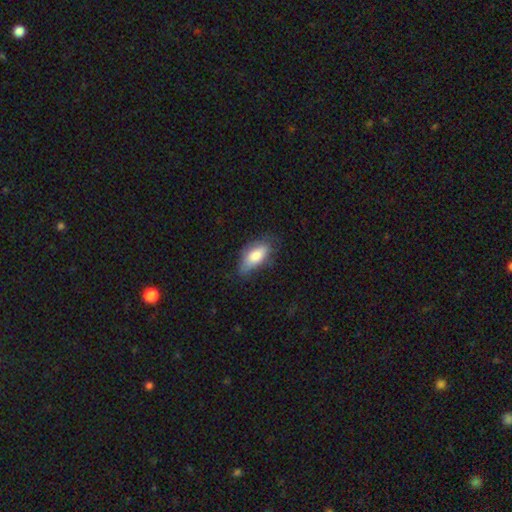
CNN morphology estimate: type=smooth (75%); roundness=in between (83%); merging=none (59%).